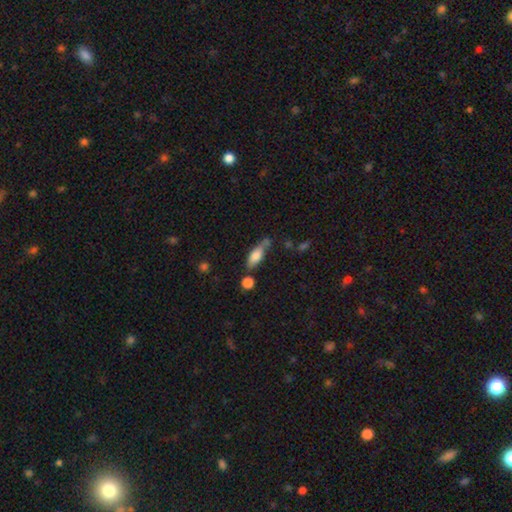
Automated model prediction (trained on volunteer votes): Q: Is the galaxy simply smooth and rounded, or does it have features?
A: smooth — 74%.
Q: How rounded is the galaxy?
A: in between — 65%.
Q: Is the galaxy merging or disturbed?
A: none — 53%.